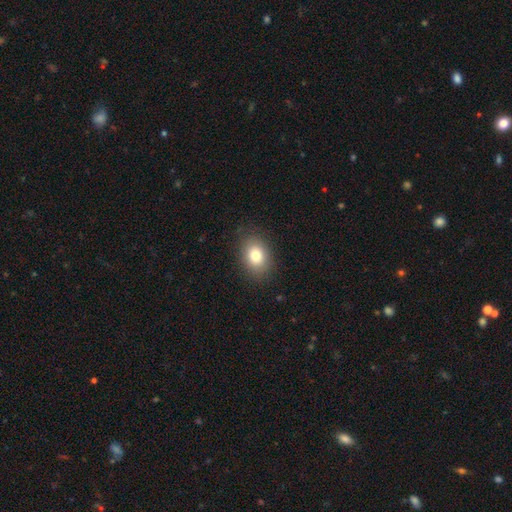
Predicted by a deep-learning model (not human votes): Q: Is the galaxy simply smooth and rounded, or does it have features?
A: smooth — 78%.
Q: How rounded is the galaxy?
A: in between — 68%.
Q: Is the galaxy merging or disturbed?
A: none — 85%.